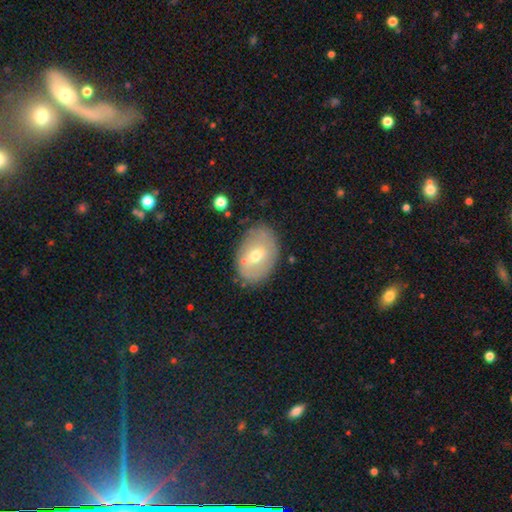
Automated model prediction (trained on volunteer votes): Smooth or featured? Predicted: smooth (p=0.54). How rounded? Predicted: in between (p=0.81). Merging? Predicted: none (p=0.75).